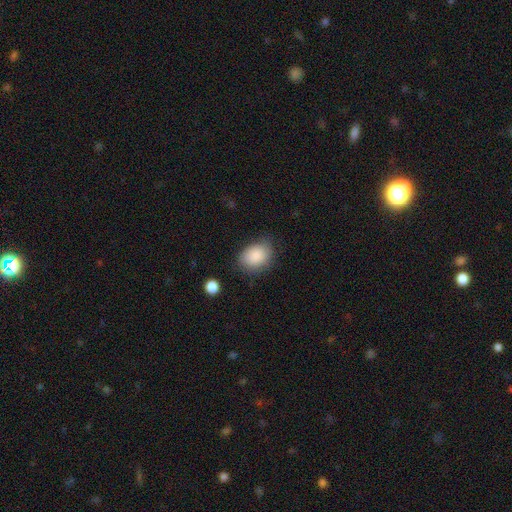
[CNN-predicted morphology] smooth 86%, star or artifact 7%, featured or disk 6%. Down the decision tree: how rounded — in between (70%); merging — none (71%).